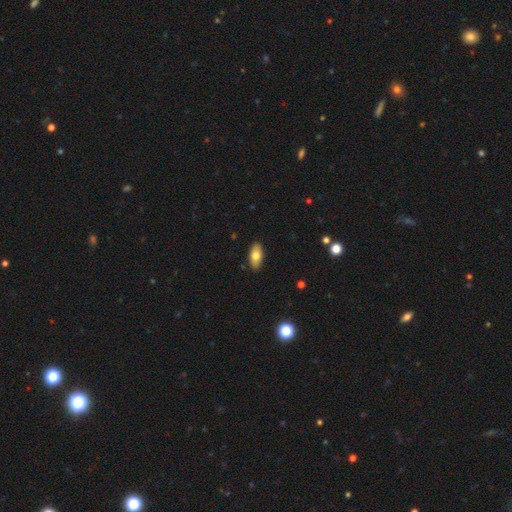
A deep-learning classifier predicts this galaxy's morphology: Overall: smooth (76%). How rounded: in between (90%). Merging: none (88%).